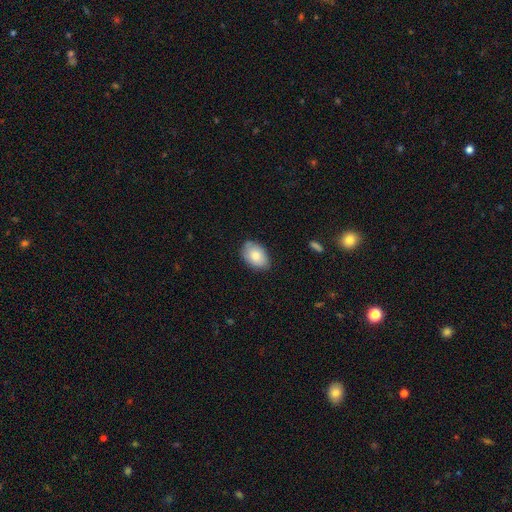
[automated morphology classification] Smooth or featured? smooth (79%)
How rounded? in between (88%)
Merging? none (79%)